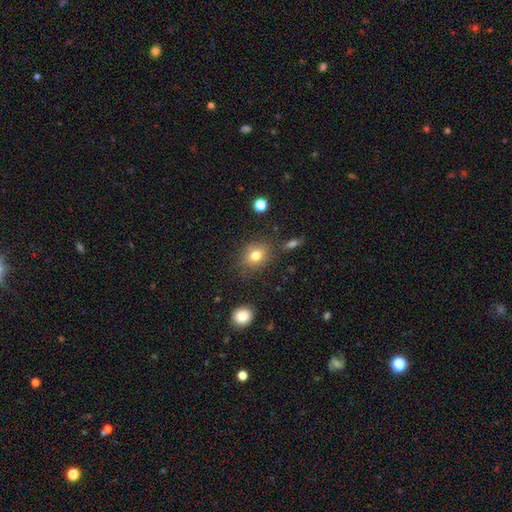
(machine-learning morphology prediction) A smooth galaxy with no disk features (77%) that is round (56%).

Vote fractions:
- Smooth or featured? smooth: 77% / star or artifact: 12% / featured or disk: 10%
- How rounded? round: 56% / in between: 43% / cigar-shaped: 1%
- Merging? none: 78% / minor disturbance: 14% / major disturbance: 4% / merger: 4%